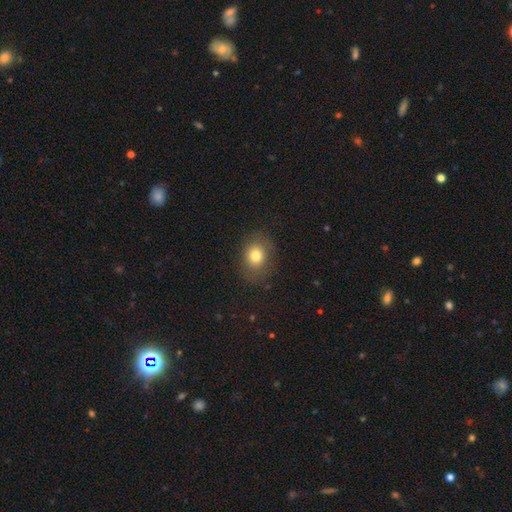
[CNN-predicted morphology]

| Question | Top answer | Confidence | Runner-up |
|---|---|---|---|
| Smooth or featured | smooth | 78% | featured or disk (11%) |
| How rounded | in between | 54% | round (45%) |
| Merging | none | 80% | minor disturbance (14%) |